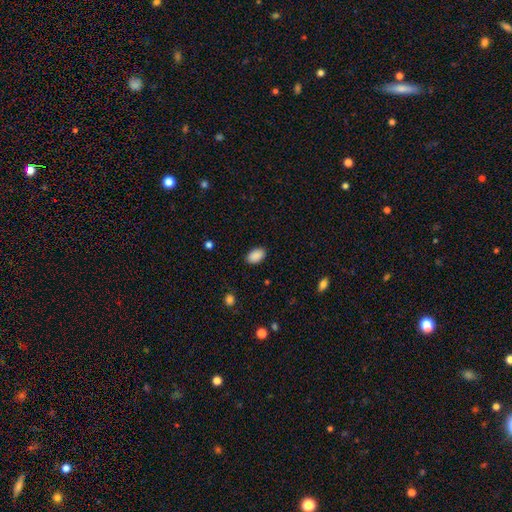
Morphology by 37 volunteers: Smooth or featured? smooth (100%)
How rounded? in between (92%)
Merging? none (86%)